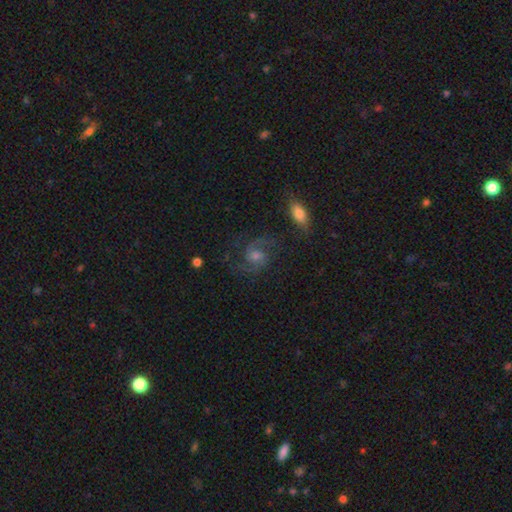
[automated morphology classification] Smooth or featured: featured or disk — 81% (star or artifact — 10%)
Edge-on disk: no — 97% (yes — 3%)
Bar: no — 50% (weak — 42%)
Spiral arms: yes — 97% (no — 3%)
Spiral winding: medium — 60% (loose — 22%)
Spiral arm count: 2 — 91% (can't tell — 3%)
Bulge size: moderate — 48% (small — 34%)
Merging: none — 76% (minor disturbance — 14%)